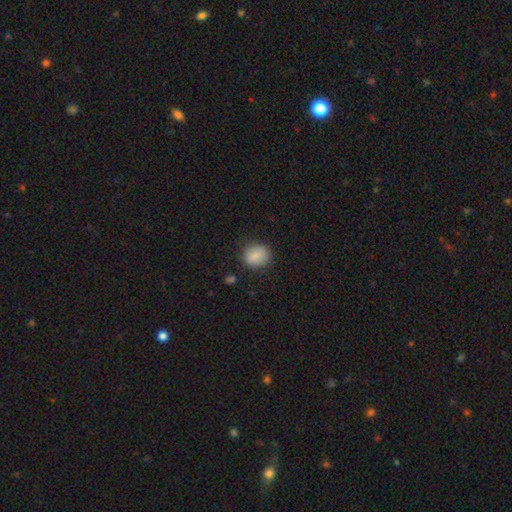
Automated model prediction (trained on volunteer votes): smooth_or_featured: smooth (p=0.86) [alt: star or artifact p=0.08]
how_rounded: round (p=0.60) [alt: in between p=0.39]
merging: none (p=0.82) [alt: minor disturbance p=0.13]